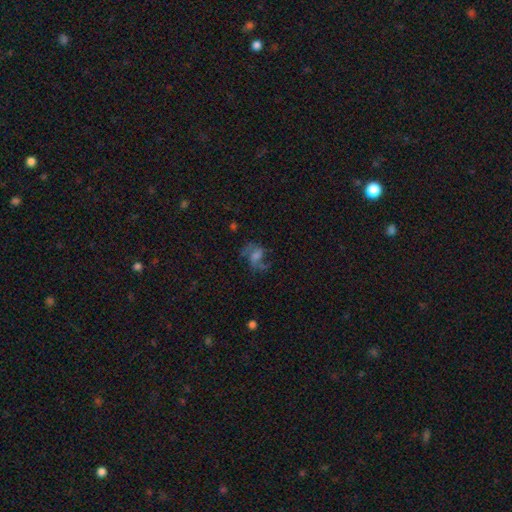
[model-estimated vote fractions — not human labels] This is likely a featured or disk galaxy (65%). It is clearly not viewed edge-on (97%). Bar: possibly weak (45%). Spiral arm pattern: clearly yes (87%). Spiral arm count: likely 2 (68%). Spiral winding: possibly loose (47%). Central bulge: marginally moderate (32%). Merging: possibly none (55%).